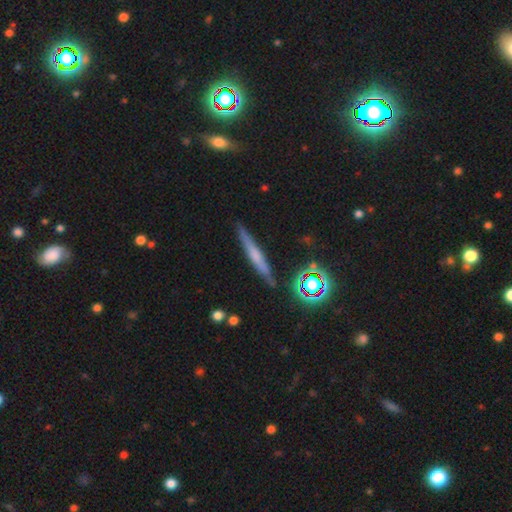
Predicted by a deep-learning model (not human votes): A featured or disk galaxy (45%).

Vote fractions:
- Smooth or featured? featured or disk: 45% / smooth: 41% / star or artifact: 14%
- Merging? none: 86% / minor disturbance: 10% / merger: 2% / major disturbance: 2%